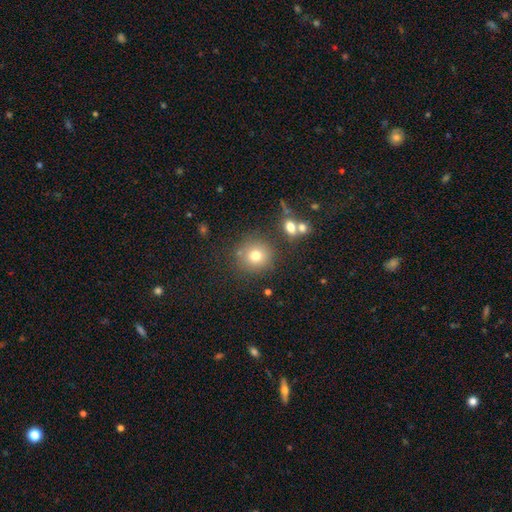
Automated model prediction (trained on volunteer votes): Morphology: type=smooth (75%); roundness=round (90%); merging=none (78%).